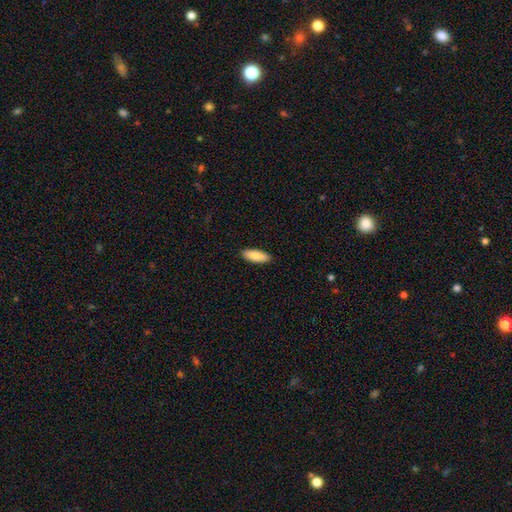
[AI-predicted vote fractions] smooth-or-featured: smooth: 86% | featured or disk: 9% | star or artifact: 6%
  how-rounded: in between: 66% | cigar-shaped: 32% | round: 2%
  merging: none: 90% | minor disturbance: 8% | major disturbance: 2% | merger: 1%